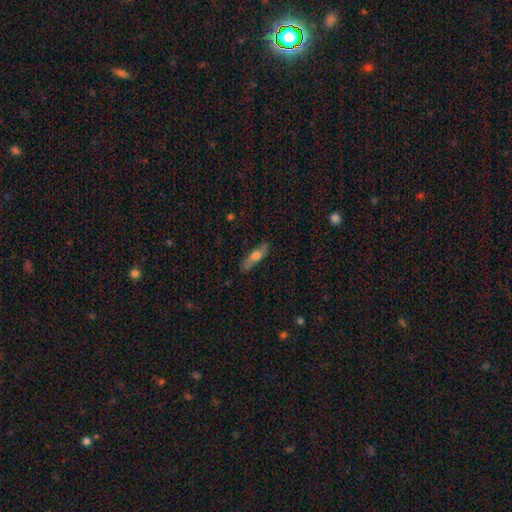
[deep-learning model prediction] Smooth or featured? smooth (59%)
How rounded? cigar-shaped (63%)
Merging? none (80%)